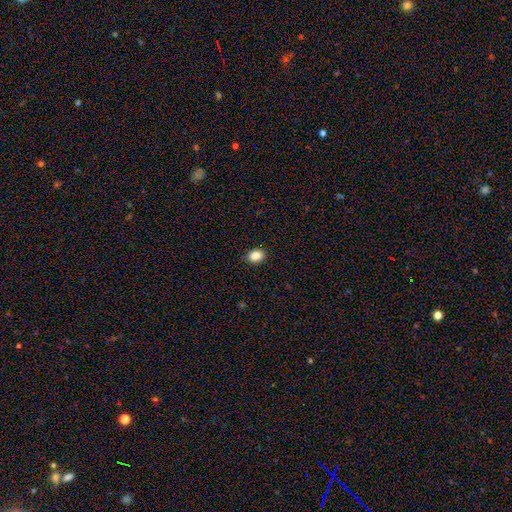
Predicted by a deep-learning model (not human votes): Morphology: type=smooth (88%); roundness=in between (67%); merging=none (90%).